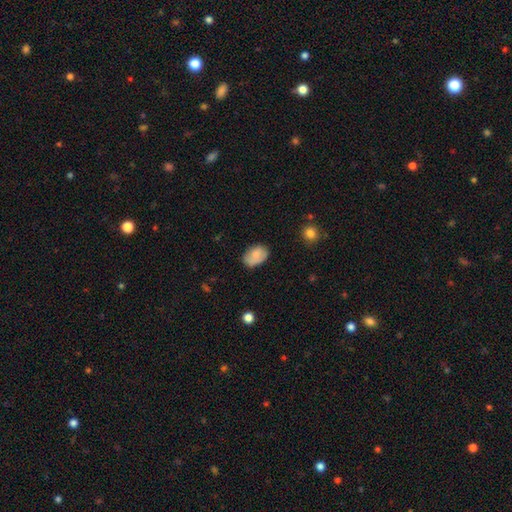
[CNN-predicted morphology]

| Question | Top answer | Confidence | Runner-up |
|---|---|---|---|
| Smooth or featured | smooth | 79% | featured or disk (13%) |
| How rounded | in between | 86% | round (13%) |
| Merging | none | 68% | minor disturbance (24%) |